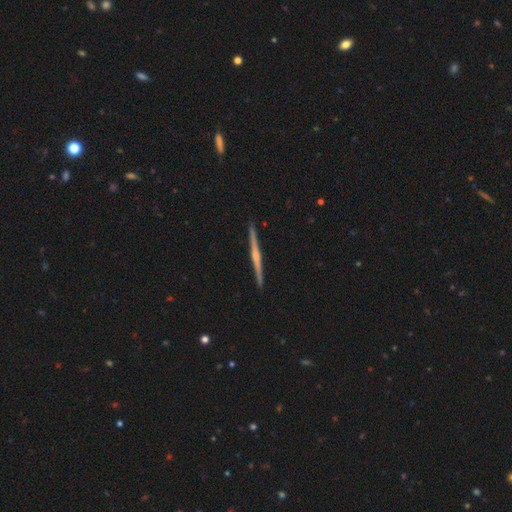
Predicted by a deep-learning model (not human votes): Smooth or featured? Predicted: featured or disk (p=0.74). Edge-on disk? Predicted: yes (p=0.97). Edge-on bulge? Predicted: rounded (p=0.65). Merging? Predicted: none (p=0.89).